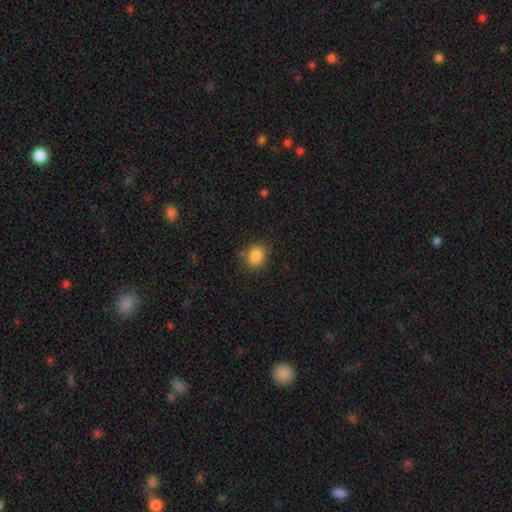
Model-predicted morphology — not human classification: Smooth or featured: smooth — 86% (star or artifact — 9%)
How rounded: round — 56% (in between — 43%)
Merging: none — 76% (minor disturbance — 16%)